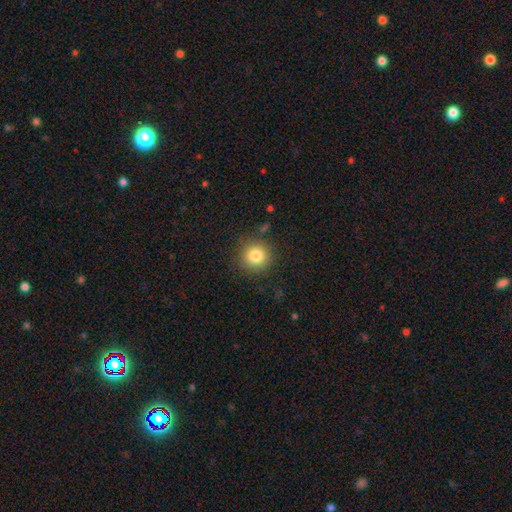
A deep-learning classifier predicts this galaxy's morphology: Smooth or featured?
  - smooth: 82% *
  - star or artifact: 11%
  - featured or disk: 7%
How rounded?
  - round: 92% *
  - in between: 7%
  - cigar-shaped: 1%
Merging?
  - none: 86% *
  - minor disturbance: 9%
  - major disturbance: 3%
  - merger: 2%